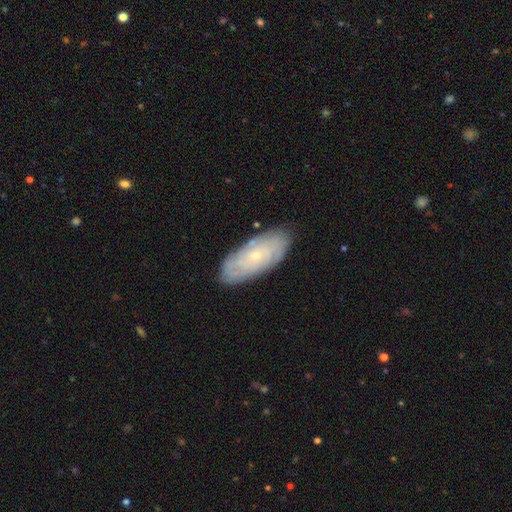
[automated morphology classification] Smooth or featured? featured or disk (61%)
Edge-on disk? no (89%)
Bar? no (83%)
Spiral arms? yes (77%)
Bulge size? small (81%)
Merging? none (84%)